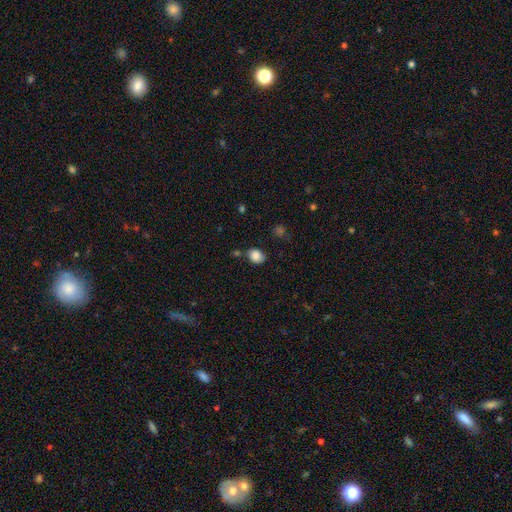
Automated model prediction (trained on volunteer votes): Morphology: type=smooth (85%); roundness=in between (55%); merging=none (71%).